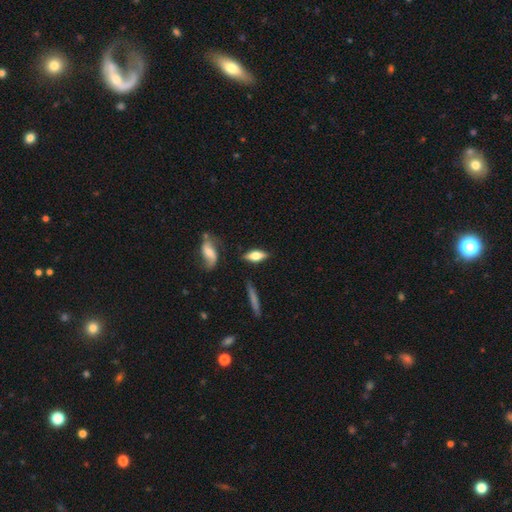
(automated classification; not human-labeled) Smooth or featured: smooth — 57% (featured or disk — 37%)
How rounded: in between — 68% (cigar-shaped — 28%)
Merging: none — 78% (minor disturbance — 15%)